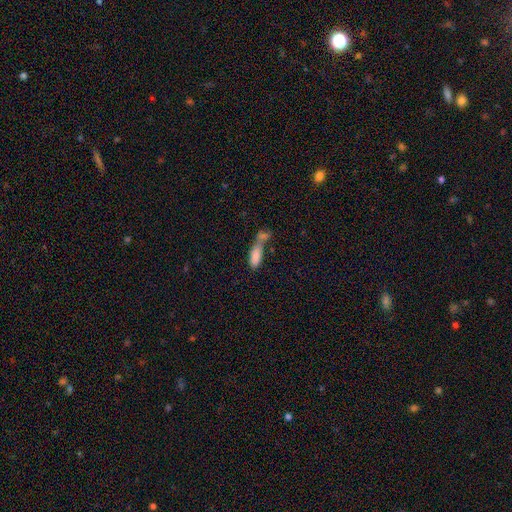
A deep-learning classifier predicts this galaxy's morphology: The model was most divided on "merging": merger: 61%, none: 21%, minor disturbance: 10%, major disturbance: 8%. More confident: smooth or featured — smooth (81%); how rounded — in between (72%).